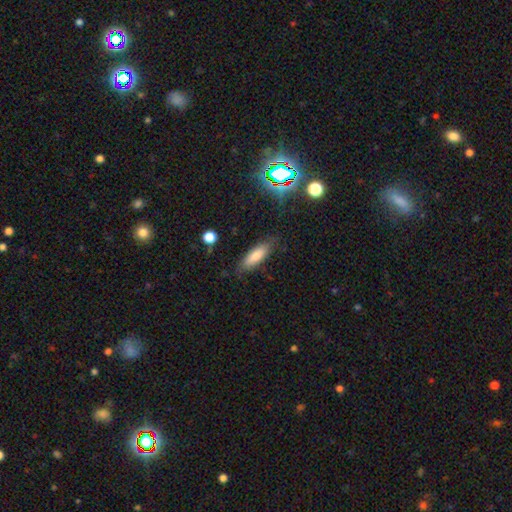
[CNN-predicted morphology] smooth-or-featured: smooth: 77% | featured or disk: 14% | star or artifact: 9%
  how-rounded: in between: 52% | cigar-shaped: 46% | round: 2%
  merging: none: 81% | minor disturbance: 14% | major disturbance: 3% | merger: 2%